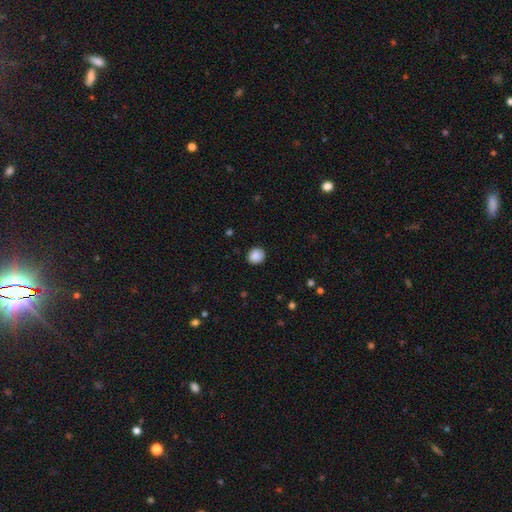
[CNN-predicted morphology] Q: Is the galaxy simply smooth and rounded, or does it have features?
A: smooth — 88%.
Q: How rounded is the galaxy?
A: round — 82%.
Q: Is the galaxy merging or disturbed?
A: none — 90%.